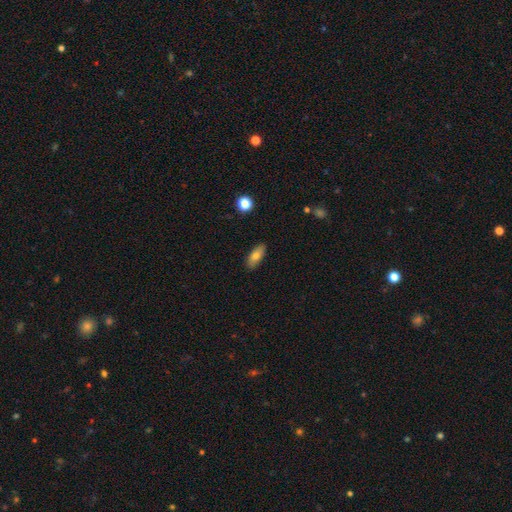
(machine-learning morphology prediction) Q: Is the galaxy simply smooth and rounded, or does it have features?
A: smooth — 75%.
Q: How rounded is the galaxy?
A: in between — 76%.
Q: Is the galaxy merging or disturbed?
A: none — 86%.